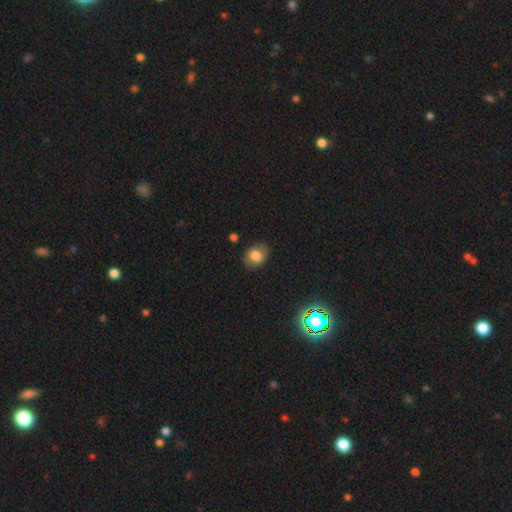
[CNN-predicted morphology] Overall: smooth (79%). How rounded: in between (52%; round 47%). Merging: none (81%).